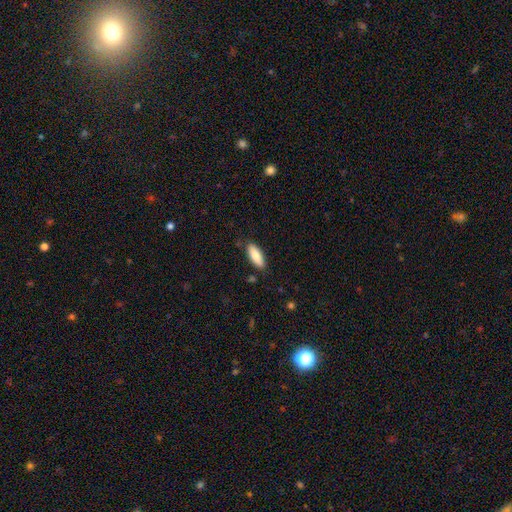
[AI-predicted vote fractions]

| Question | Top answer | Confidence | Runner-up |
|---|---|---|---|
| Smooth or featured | smooth | 83% | featured or disk (11%) |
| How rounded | in between | 75% | cigar-shaped (23%) |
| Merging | none | 85% | minor disturbance (11%) |